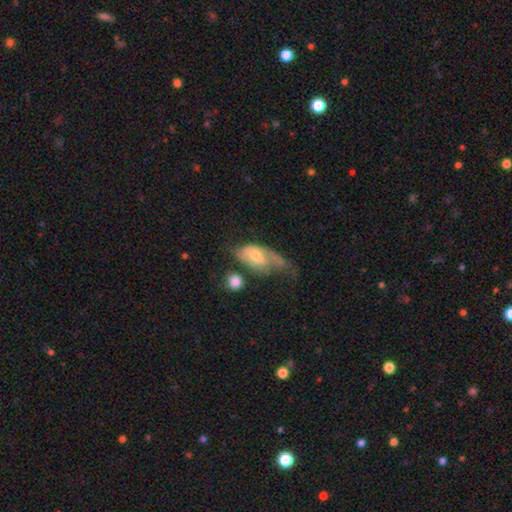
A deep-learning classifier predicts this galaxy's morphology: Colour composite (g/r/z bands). It shows a featured or disk galaxy (61%) with no bar (53%), spiral arms (77%) and a moderate central bulge (62%). Merging: major disturbance (36%).